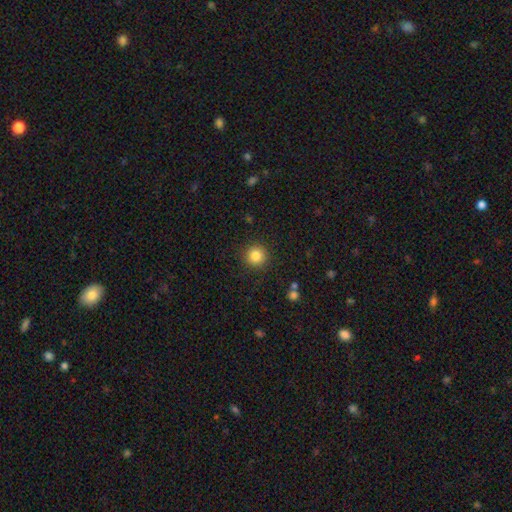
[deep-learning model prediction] Morphology: type=smooth (85%); roundness=round (94%); merging=none (90%).